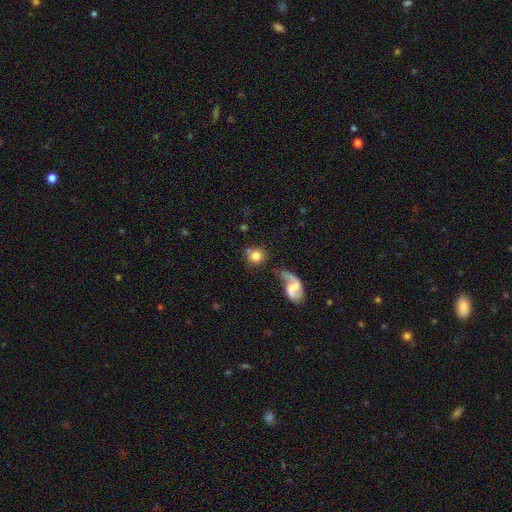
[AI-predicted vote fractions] This is likely a smooth galaxy (77%). How rounded: clearly round (86%). Merging: likely none (64%).